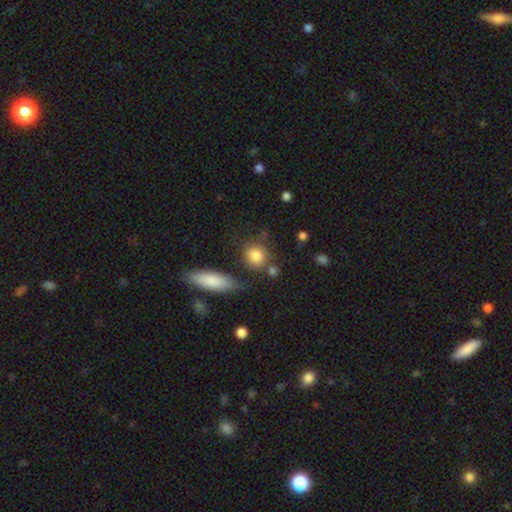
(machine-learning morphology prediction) Smooth or featured?
  - smooth: 83% *
  - star or artifact: 9%
  - featured or disk: 8%
How rounded?
  - round: 74% *
  - in between: 22%
  - cigar-shaped: 4%
Merging?
  - none: 67% *
  - minor disturbance: 15%
  - merger: 13%
  - major disturbance: 6%